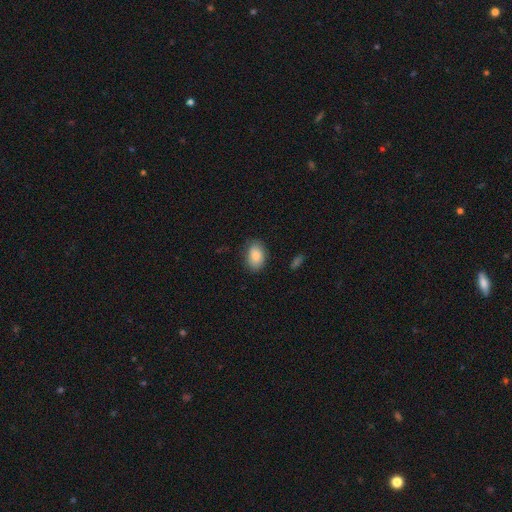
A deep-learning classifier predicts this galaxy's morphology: type=smooth (87%); roundness=in between (85%); merging=none (82%).